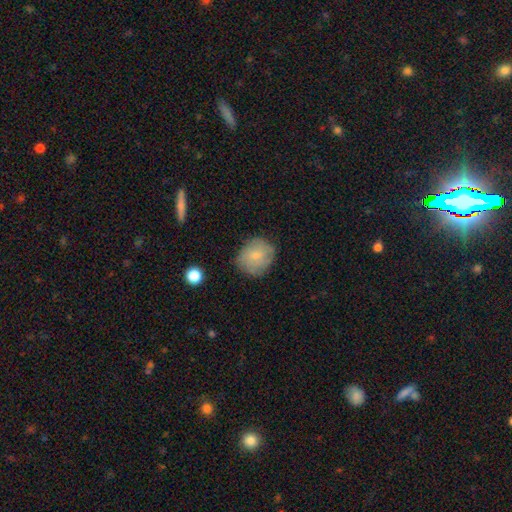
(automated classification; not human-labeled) smooth_or_featured: smooth (p=0.70) [alt: featured or disk p=0.23]
how_rounded: round (p=0.77) [alt: in between p=0.22]
merging: none (p=0.74) [alt: minor disturbance p=0.19]